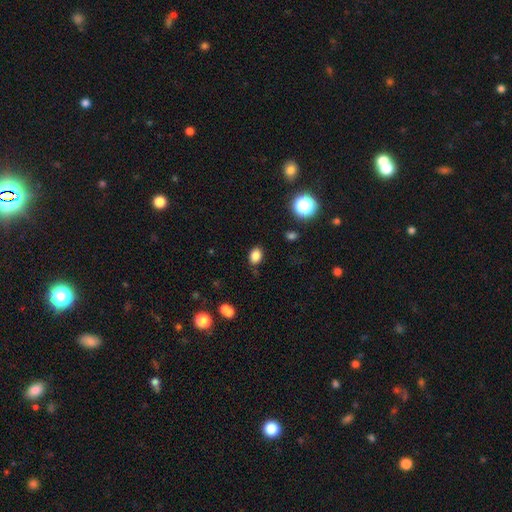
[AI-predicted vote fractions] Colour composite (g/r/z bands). It shows a smooth galaxy with no disk features (83%) that is in between round and cigar-shaped (70%). Merging: none (82%).